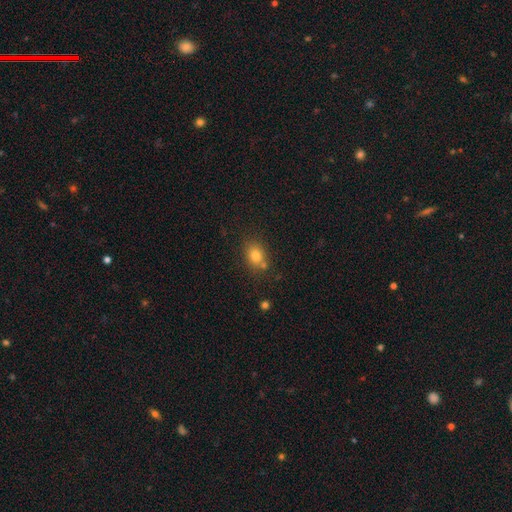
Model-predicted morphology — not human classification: This is likely a smooth galaxy (80%). How rounded: possibly in between (58%). Merging: likely none (69%).